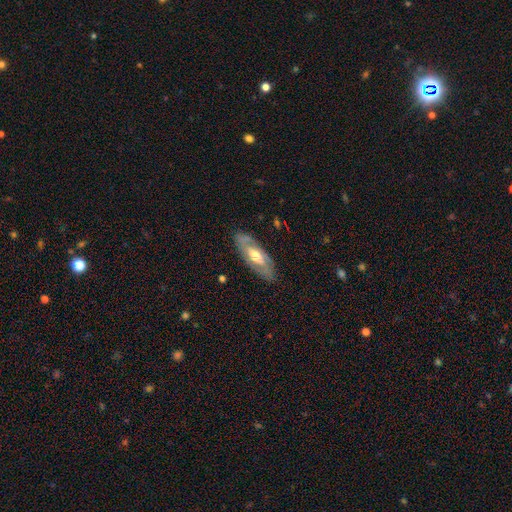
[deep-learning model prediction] featured or disk 63%, smooth 32%, star or artifact 5%. Down the decision tree: edge-on disk — no (78%); merging — none (82%).